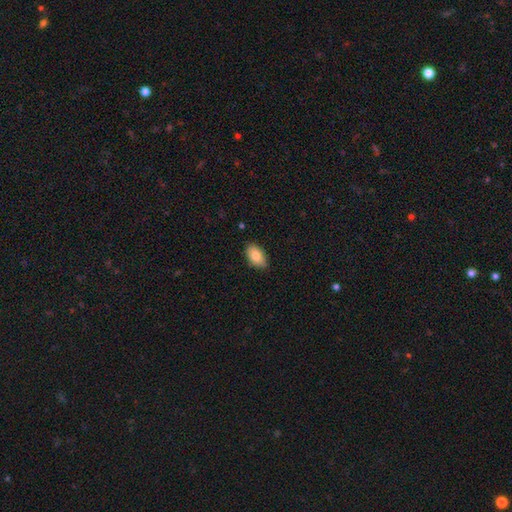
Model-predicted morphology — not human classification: Smooth or featured? Predicted: smooth (p=0.83). How rounded? Predicted: in between (p=0.93). Merging? Predicted: none (p=0.83).